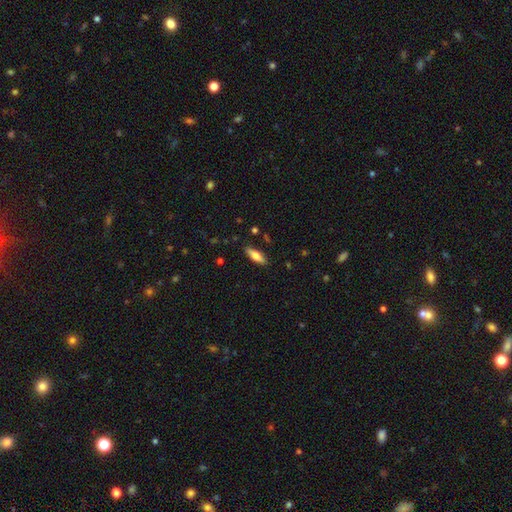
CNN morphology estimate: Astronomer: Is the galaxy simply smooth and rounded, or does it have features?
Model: smooth — 63%.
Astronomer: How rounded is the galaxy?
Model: in between — 56% (runner-up: cigar-shaped, 42%).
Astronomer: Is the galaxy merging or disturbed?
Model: none — 87%.